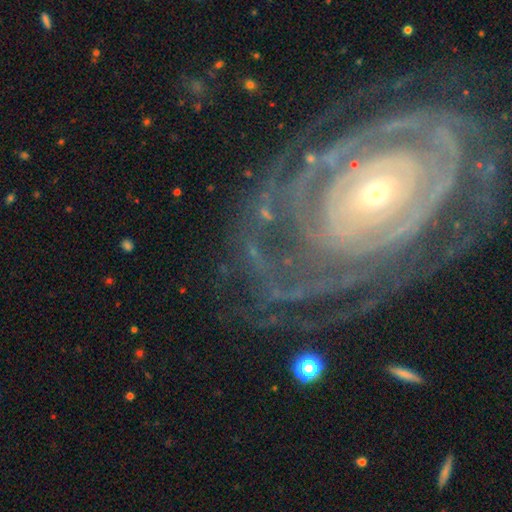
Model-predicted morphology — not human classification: smooth_or_featured: featured or disk (p=0.87) [alt: star or artifact p=0.07]
disk_edge_on: no (p=0.96) [alt: yes p=0.04]
bar: no (p=0.59) [alt: weak p=0.23]
has_spiral_arms: yes (p=0.95) [alt: no p=0.05]
spiral_winding: tight (p=0.80) [alt: medium p=0.16]
spiral_arm_count: can't tell (p=0.32) [alt: more than 4 p=0.17]
bulge_size: small (p=0.67) [alt: moderate p=0.27]
merging: none (p=0.69) [alt: minor disturbance p=0.16]